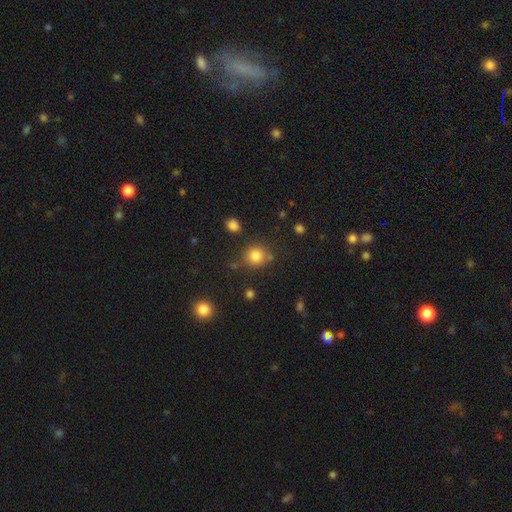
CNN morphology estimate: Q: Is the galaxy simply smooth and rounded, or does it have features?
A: smooth — 82%.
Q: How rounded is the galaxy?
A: round — 88%.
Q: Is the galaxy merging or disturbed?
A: none — 76%.